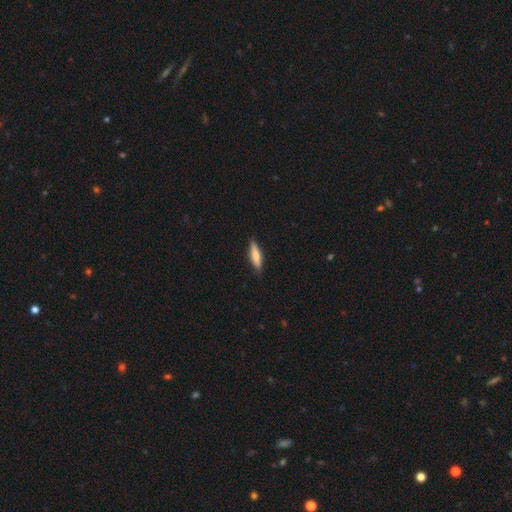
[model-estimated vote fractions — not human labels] smooth_or_featured: smooth (p=0.75) [alt: featured or disk p=0.19]
how_rounded: cigar-shaped (p=0.71) [alt: in between p=0.28]
merging: none (p=0.85) [alt: minor disturbance p=0.12]